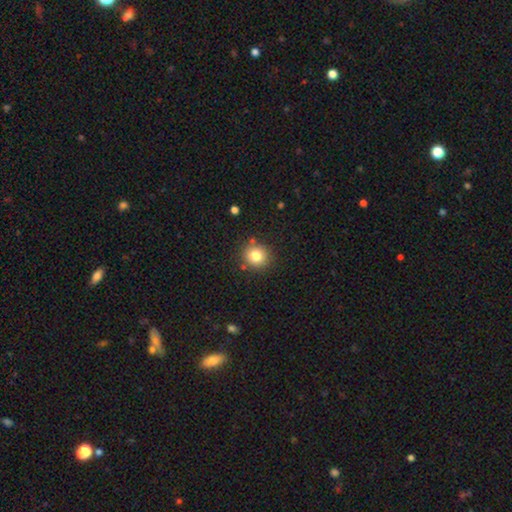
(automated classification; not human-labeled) Smooth or featured: smooth — 81% (star or artifact — 11%)
How rounded: round — 87% (in between — 12%)
Merging: none — 85% (minor disturbance — 9%)